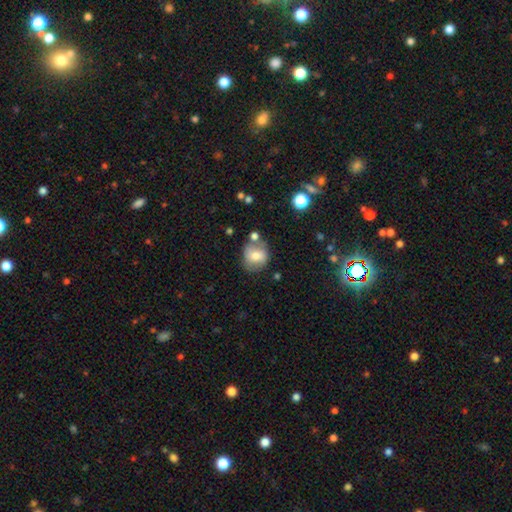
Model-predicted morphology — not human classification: Smooth or featured?
  - smooth: 68% *
  - featured or disk: 23%
  - star or artifact: 9%
How rounded?
  - round: 73% *
  - in between: 26%
  - cigar-shaped: 1%
Merging?
  - none: 61% *
  - minor disturbance: 19%
  - merger: 13%
  - major disturbance: 7%